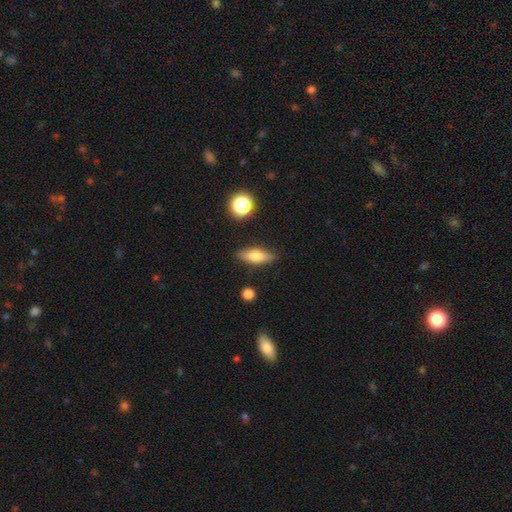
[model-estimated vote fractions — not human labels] smooth_or_featured: smooth (p=0.61) [alt: featured or disk p=0.31]
how_rounded: in between (p=0.57) [alt: cigar-shaped p=0.38]
merging: none (p=0.84) [alt: minor disturbance p=0.11]